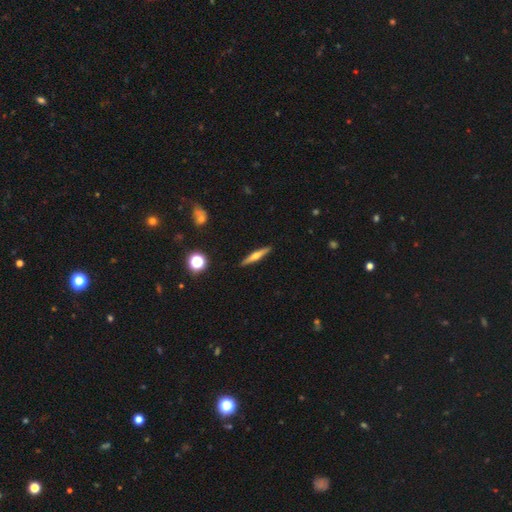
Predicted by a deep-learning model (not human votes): Q: Smooth or featured?
A: featured or disk (61%); runner-up: smooth (32%)
Q: Edge-on disk?
A: yes (97%); runner-up: no (3%)
Q: Edge-on bulge?
A: rounded (87%); runner-up: none (7%)
Q: Merging?
A: none (91%); runner-up: minor disturbance (7%)